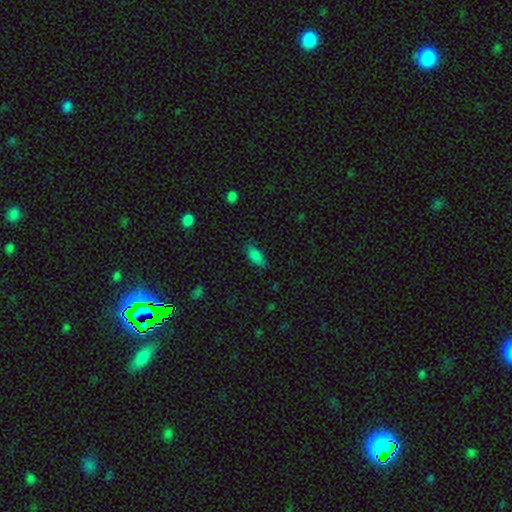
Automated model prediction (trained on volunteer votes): Smooth or featured: smooth — 83% (star or artifact — 12%)
How rounded: in between — 87% (cigar-shaped — 10%)
Merging: none — 75% (minor disturbance — 19%)